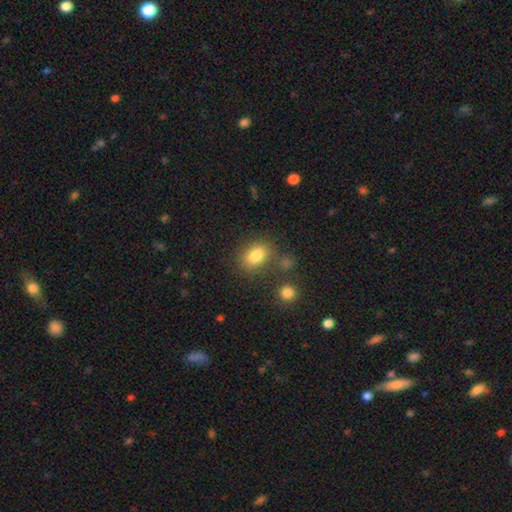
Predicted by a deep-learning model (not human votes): A smooth galaxy with no disk features (83%) that is in between round and cigar-shaped (74%).

Vote fractions:
- Smooth or featured? smooth: 83% / star or artifact: 10% / featured or disk: 8%
- How rounded? in between: 74% / round: 24% / cigar-shaped: 1%
- Merging? none: 68% / minor disturbance: 14% / merger: 12% / major disturbance: 6%